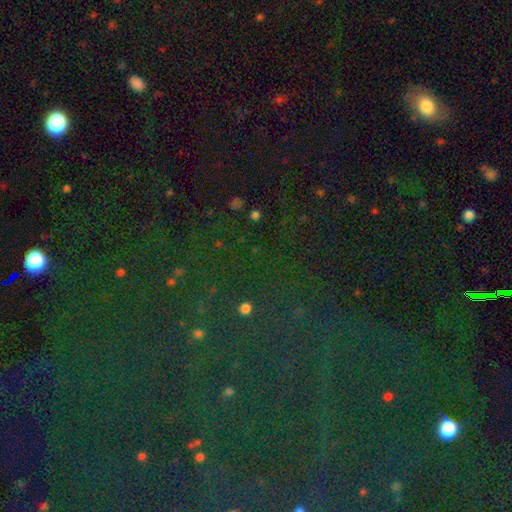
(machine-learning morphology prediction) smooth-or-featured: star or artifact: 81% | smooth: 11% | featured or disk: 8%